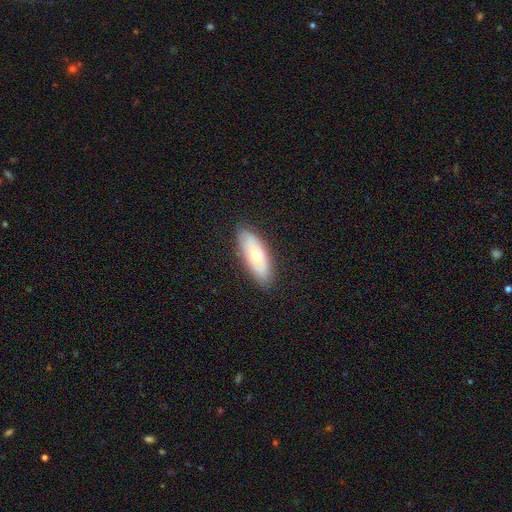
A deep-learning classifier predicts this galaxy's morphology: Overall: smooth (57%; featured or disk 36%). How rounded: in between (77%). Merging: none (86%).